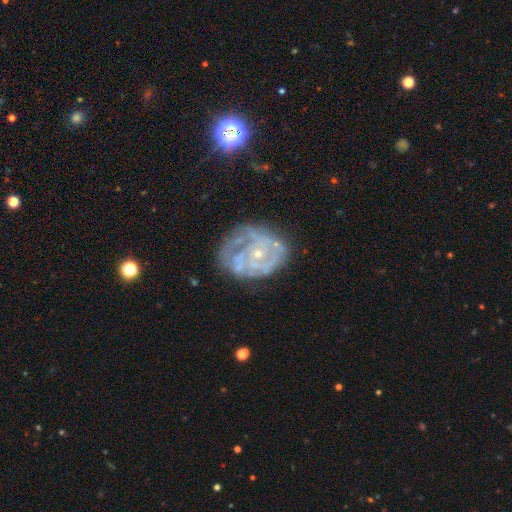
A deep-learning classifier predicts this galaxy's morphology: This is likely a featured or disk galaxy (78%). It is clearly not viewed edge-on (97%). Bar: likely no (72%). Spiral arm pattern: clearly yes (85%). Spiral arm count: marginally can't tell (37%). Spiral winding: likely tight (60%). Central bulge: likely small (76%). Merging: likely none (65%).